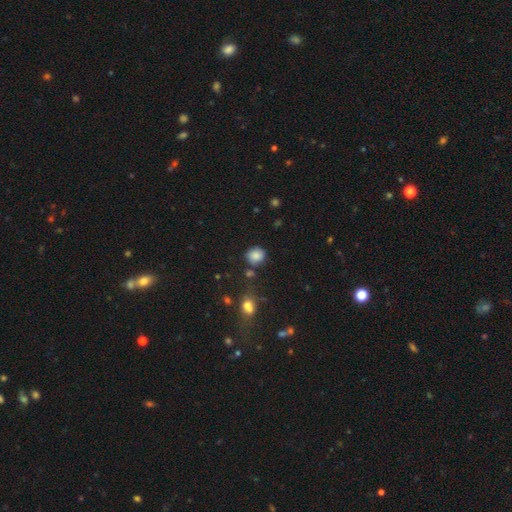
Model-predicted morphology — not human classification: Smooth or featured: smooth — 81% (star or artifact — 10%)
How rounded: round — 78% (in between — 21%)
Merging: none — 73% (minor disturbance — 17%)